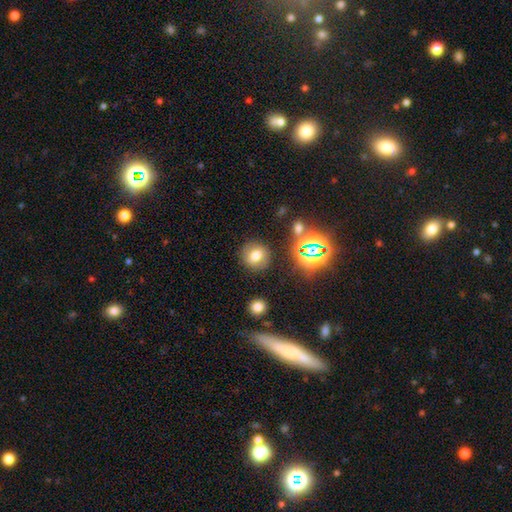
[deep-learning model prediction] A smooth galaxy with no disk features (67%) that is round (83%).

Vote fractions:
- Smooth or featured? smooth: 67% / star or artifact: 18% / featured or disk: 15%
- How rounded? round: 83% / in between: 16% / cigar-shaped: 1%
- Merging? none: 84% / minor disturbance: 9% / major disturbance: 4% / merger: 3%